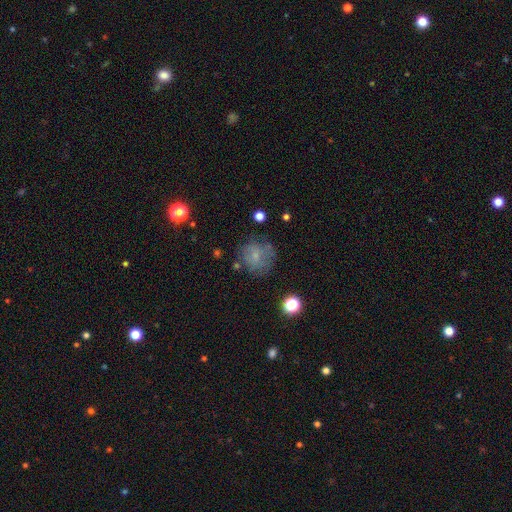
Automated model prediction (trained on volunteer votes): Smooth or featured?
  - smooth: 61% *
  - featured or disk: 25%
  - star or artifact: 14%
How rounded?
  - round: 84% *
  - in between: 16%
  - cigar-shaped: 1%
Merging?
  - none: 60% *
  - minor disturbance: 21%
  - major disturbance: 14%
  - merger: 4%